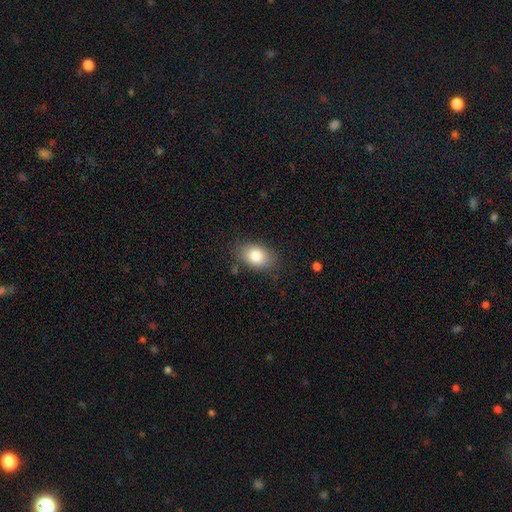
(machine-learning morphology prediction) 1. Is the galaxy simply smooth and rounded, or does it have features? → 82% smooth, 9% featured or disk, 8% star or artifact.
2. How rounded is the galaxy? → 80% in between, 19% round, 1% cigar-shaped.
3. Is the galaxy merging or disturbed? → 79% none, 15% minor disturbance, 4% major disturbance, 2% merger.